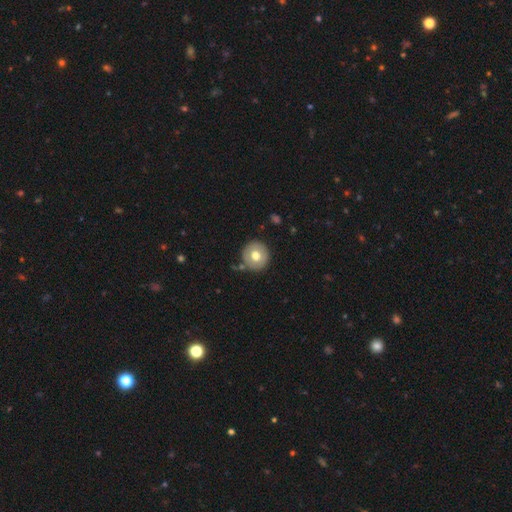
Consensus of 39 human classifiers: A smooth galaxy with no disk features (62%) that is round (96%). Merging: none (87%).